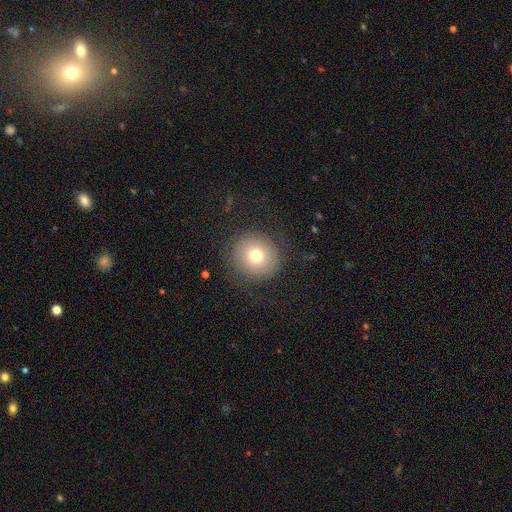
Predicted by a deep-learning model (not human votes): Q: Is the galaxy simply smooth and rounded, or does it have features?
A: smooth — 60%.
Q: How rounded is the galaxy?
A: round — 88%.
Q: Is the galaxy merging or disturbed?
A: none — 77%.